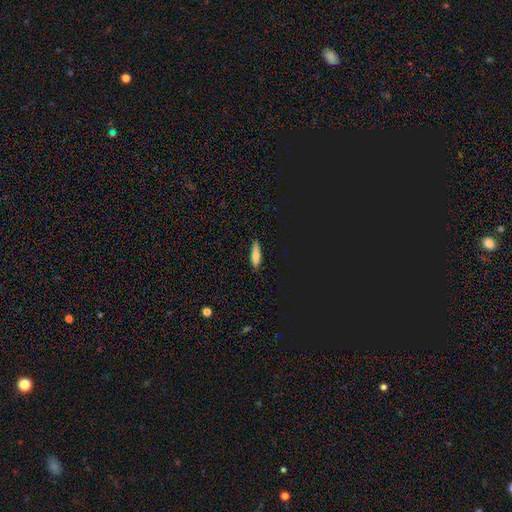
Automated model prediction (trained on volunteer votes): smooth 76%, featured or disk 12%, star or artifact 11%. Down the decision tree: how rounded — cigar-shaped (57%); merging — none (86%).